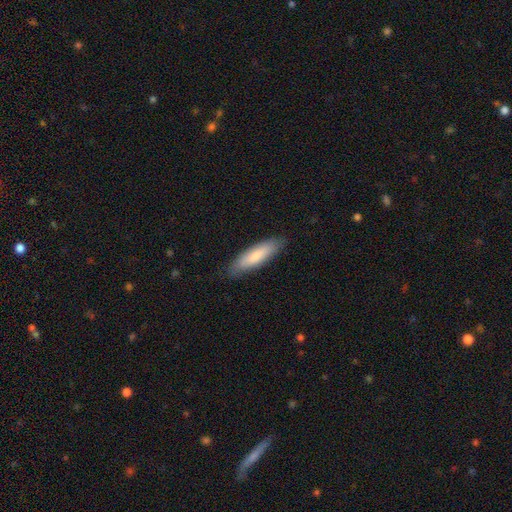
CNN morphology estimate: Q: Smooth or featured?
A: smooth (77%); runner-up: featured or disk (18%)
Q: How rounded?
A: cigar-shaped (64%); runner-up: in between (34%)
Q: Merging?
A: none (85%); runner-up: minor disturbance (12%)